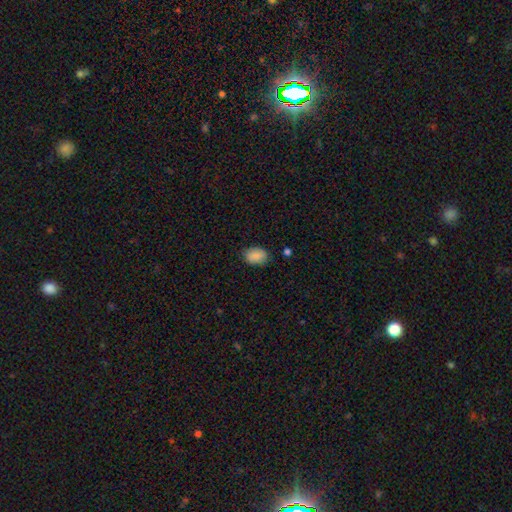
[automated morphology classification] This appears to be a smooth galaxy with no disk features (88%) that is in between round and cigar-shaped (77%). Merging: none (82%).